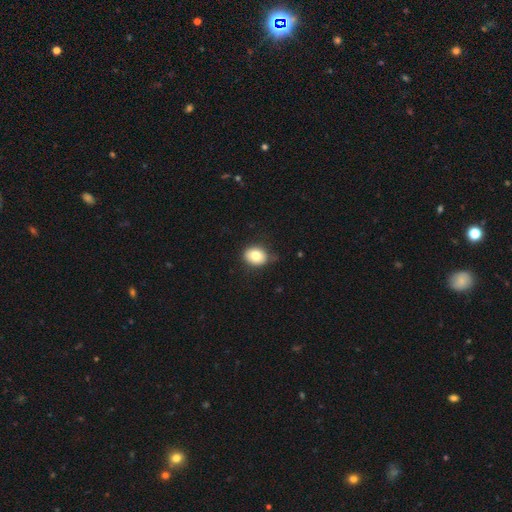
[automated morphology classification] Smooth or featured: smooth — 78% (featured or disk — 13%)
How rounded: round — 51% (in between — 48%)
Merging: none — 74% (minor disturbance — 21%)